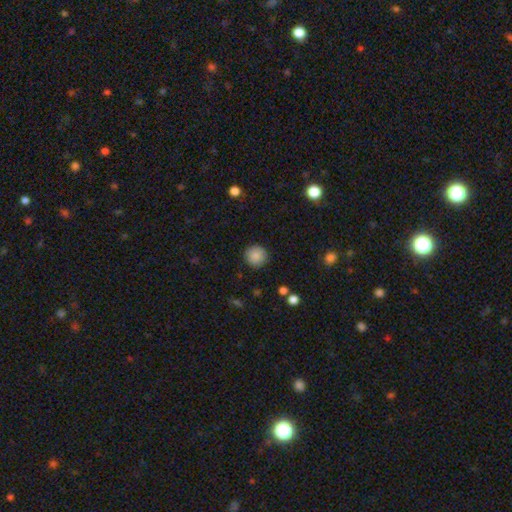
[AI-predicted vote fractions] Smooth or featured? smooth (88%)
How rounded? round (95%)
Merging? none (91%)